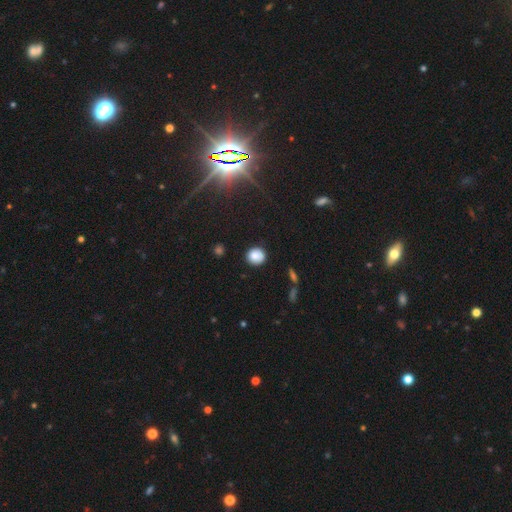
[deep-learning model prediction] Q: Smooth or featured?
A: smooth (84%); runner-up: star or artifact (10%)
Q: How rounded?
A: round (88%); runner-up: in between (11%)
Q: Merging?
A: none (87%); runner-up: minor disturbance (9%)